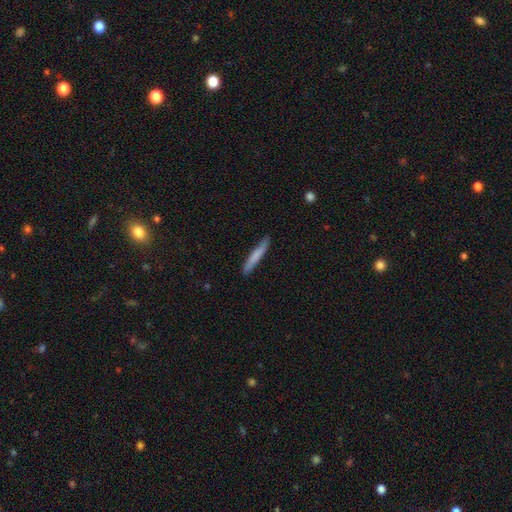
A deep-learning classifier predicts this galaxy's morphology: Q: Smooth or featured?
A: smooth (72%); runner-up: featured or disk (22%)
Q: How rounded?
A: cigar-shaped (95%); runner-up: in between (4%)
Q: Merging?
A: none (85%); runner-up: minor disturbance (12%)